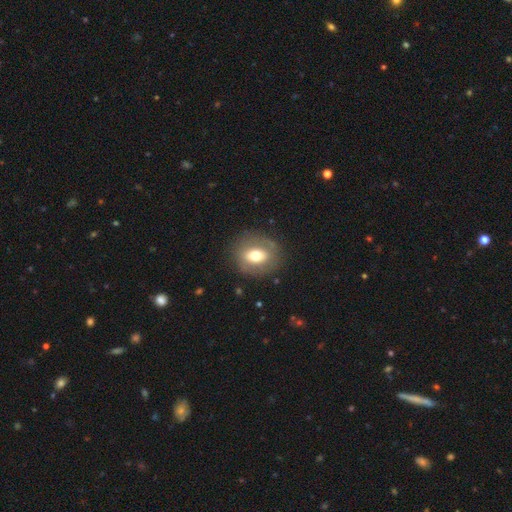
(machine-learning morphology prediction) A smooth galaxy with no disk features (59%) that is round (56%). Merging: none (81%).